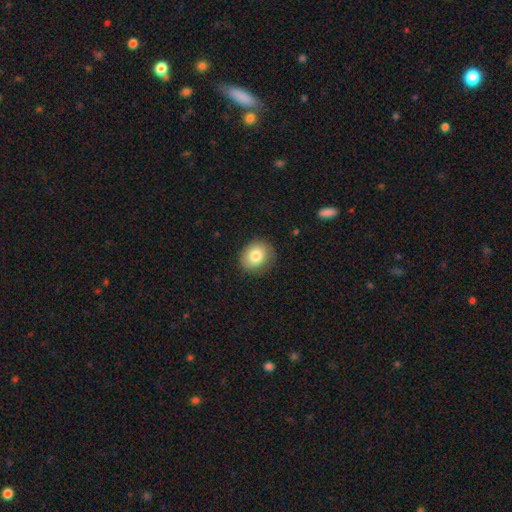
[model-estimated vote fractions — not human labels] Overall: smooth (81%). How rounded: round (69%; in between 30%). Merging: none (85%).